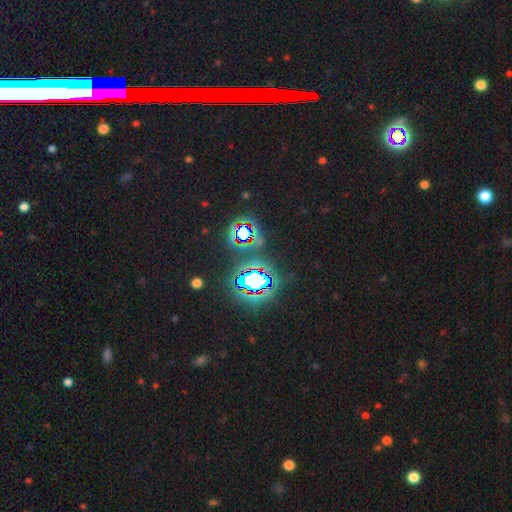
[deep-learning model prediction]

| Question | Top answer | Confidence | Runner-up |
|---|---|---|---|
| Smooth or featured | star or artifact | 83% | smooth (10%) |